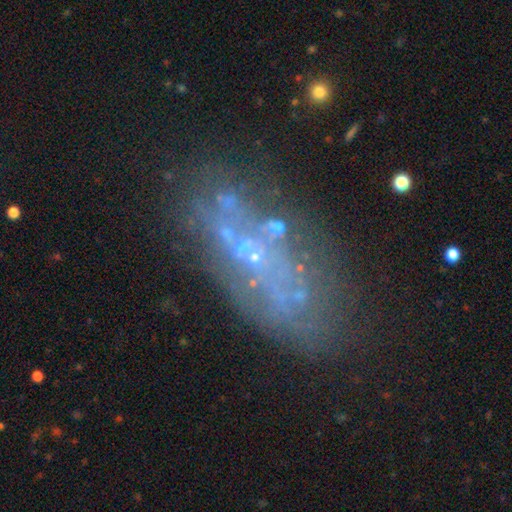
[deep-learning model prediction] Overall: featured or disk (57%; smooth 23%). Edge-on disk: no (88%). Bar: no (89%). Spiral arms: no (89%). Bulge size: none (64%; small 28%). Merging: none (62%).